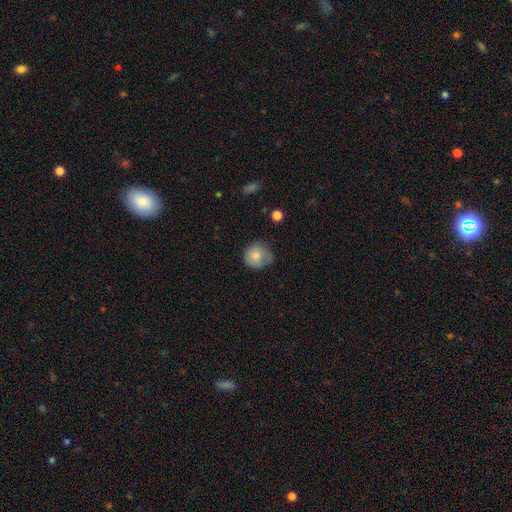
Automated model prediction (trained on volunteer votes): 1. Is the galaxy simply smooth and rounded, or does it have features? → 79% smooth, 13% featured or disk, 8% star or artifact.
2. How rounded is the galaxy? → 88% round, 11% in between, 1% cigar-shaped.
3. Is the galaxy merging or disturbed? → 61% none, 29% minor disturbance, 8% major disturbance, 2% merger.